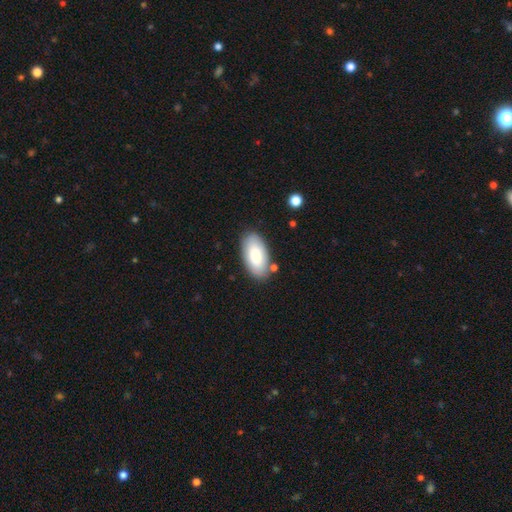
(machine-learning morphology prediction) A smooth galaxy with no disk features (80%) that is in between round and cigar-shaped (95%). Merging: none (82%).